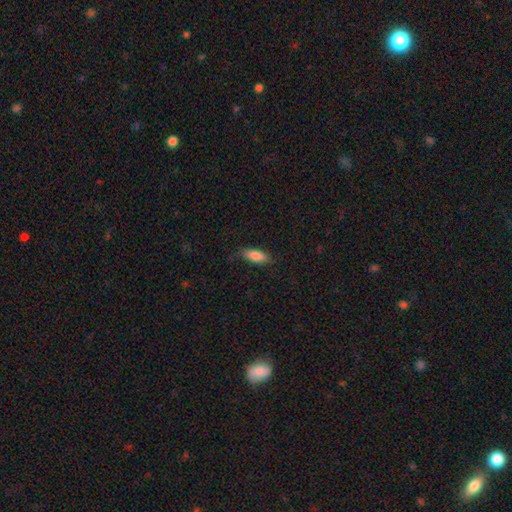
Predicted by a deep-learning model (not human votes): The model was most divided on "how rounded": in between: 71%, cigar-shaped: 27%, round: 2%. More confident: smooth or featured — smooth (84%); merging — none (82%).